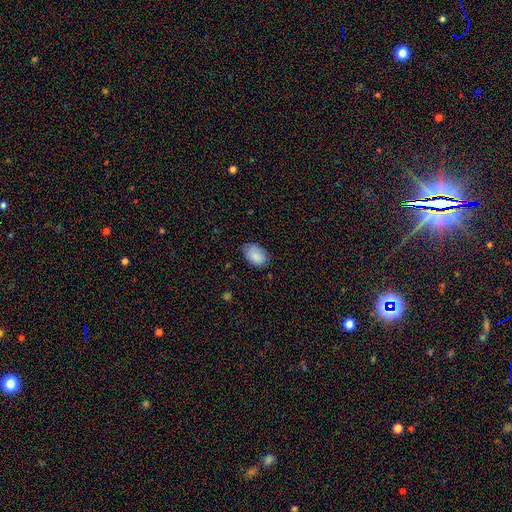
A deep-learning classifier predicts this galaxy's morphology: smooth-or-featured: smooth: 85% | featured or disk: 8% | star or artifact: 7%
  how-rounded: in between: 87% | round: 12% | cigar-shaped: 1%
  merging: none: 70% | minor disturbance: 24% | major disturbance: 4% | merger: 1%